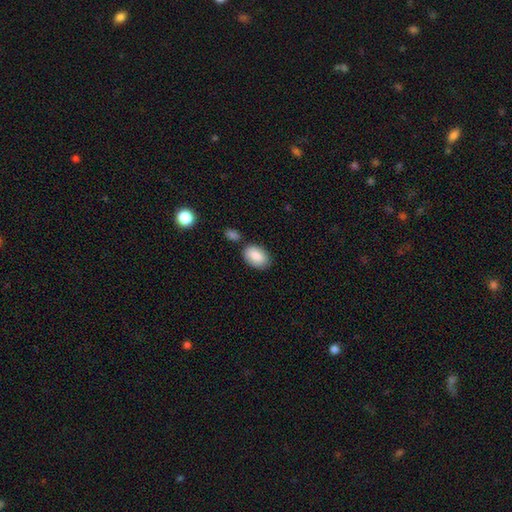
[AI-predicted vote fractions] smooth 87%, featured or disk 7%, star or artifact 6%. Down the decision tree: how rounded — in between (91%); merging — none (72%).